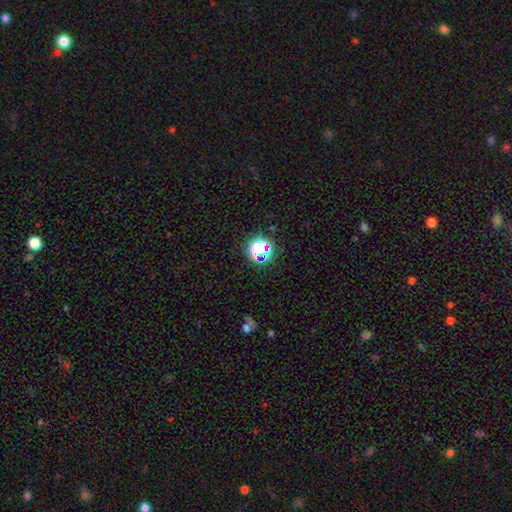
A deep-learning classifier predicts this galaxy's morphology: type=star or artifact (58%).